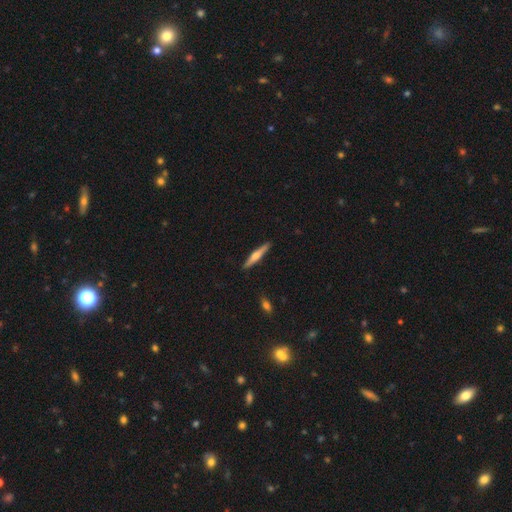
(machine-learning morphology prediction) This appears to be a featured or disk galaxy (57%) viewed edge-on (97%) with a rounded central bulge (83%). Merging: none (90%).